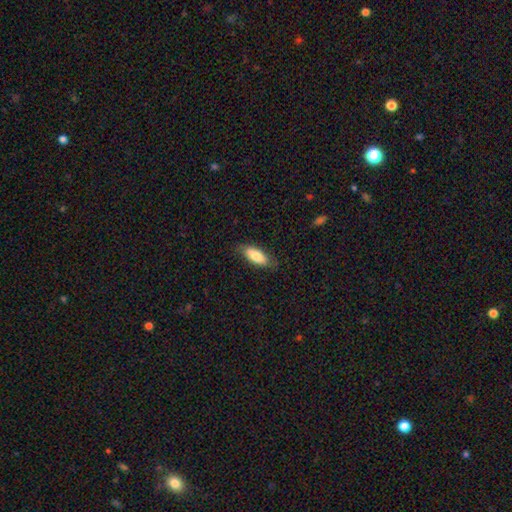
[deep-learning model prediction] Q: Smooth or featured?
A: smooth (78%); runner-up: featured or disk (16%)
Q: How rounded?
A: in between (78%); runner-up: cigar-shaped (21%)
Q: Merging?
A: none (79%); runner-up: minor disturbance (17%)